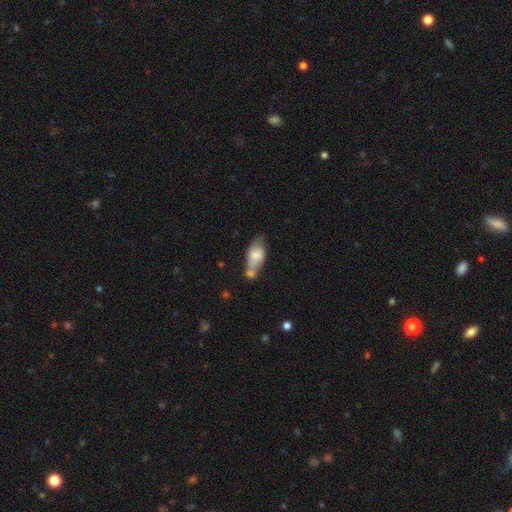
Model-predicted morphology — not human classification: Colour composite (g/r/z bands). It shows a smooth galaxy with no disk features (67%) that is in between round and cigar-shaped (84%). Merging: merger (37%).